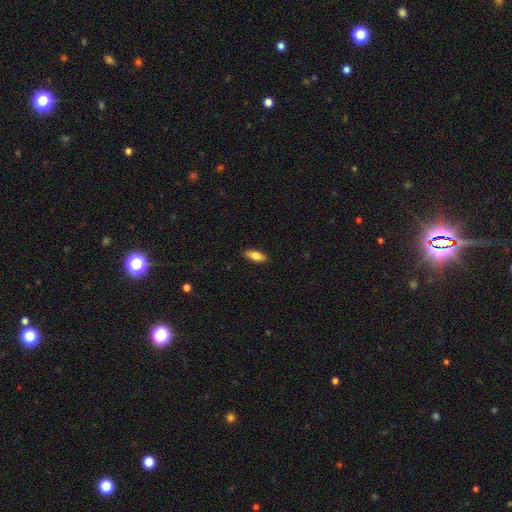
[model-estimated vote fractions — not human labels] smooth_or_featured: smooth (p=0.77) [alt: featured or disk p=0.17]
how_rounded: in between (p=0.72) [alt: cigar-shaped p=0.26]
merging: none (p=0.88) [alt: minor disturbance p=0.09]